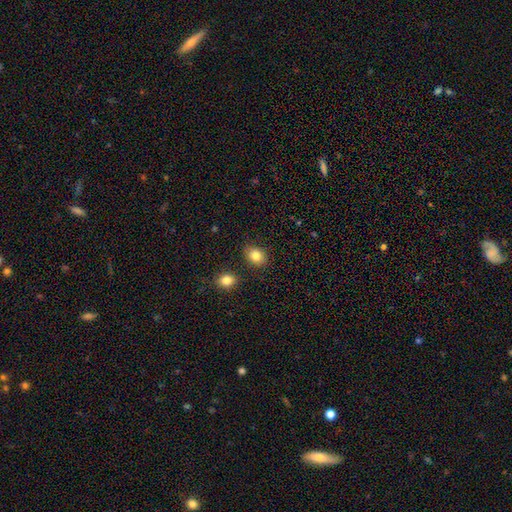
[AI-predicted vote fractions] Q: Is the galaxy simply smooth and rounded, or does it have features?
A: smooth — 85%.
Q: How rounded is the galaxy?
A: in between — 62%.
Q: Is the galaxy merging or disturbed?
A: none — 82%.